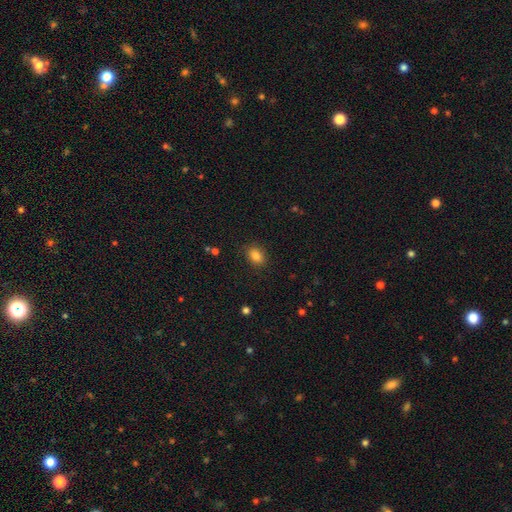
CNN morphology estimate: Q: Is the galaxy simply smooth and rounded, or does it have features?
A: smooth — 85%.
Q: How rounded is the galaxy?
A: in between — 70%.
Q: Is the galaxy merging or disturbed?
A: none — 87%.